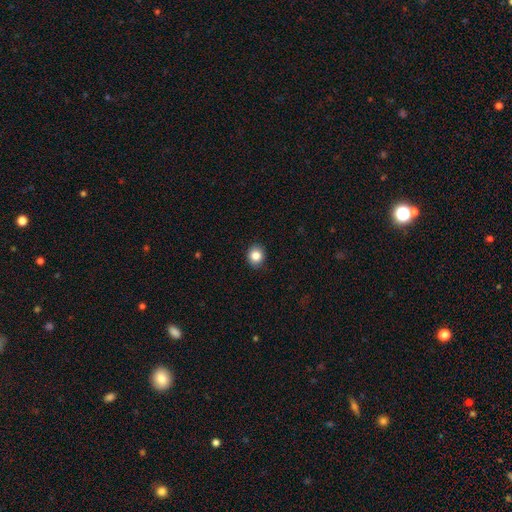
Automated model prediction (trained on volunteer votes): Smooth or featured? smooth (85%)
How rounded? round (73%)
Merging? none (90%)